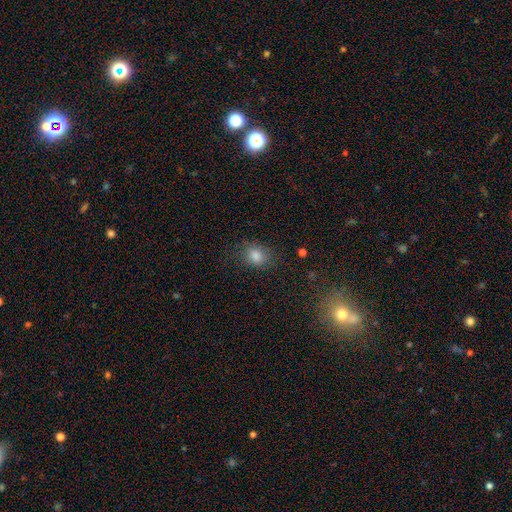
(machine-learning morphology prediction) smooth-or-featured: smooth: 80% | star or artifact: 13% | featured or disk: 7%
  how-rounded: round: 50% | in between: 49% | cigar-shaped: 1%
  merging: none: 78% | minor disturbance: 15% | major disturbance: 5% | merger: 2%